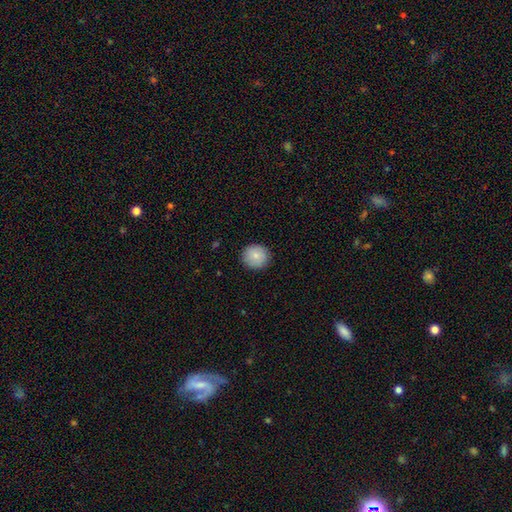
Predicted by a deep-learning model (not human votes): This is clearly a smooth galaxy (83%). How rounded: clearly round (91%). Merging: clearly none (89%).